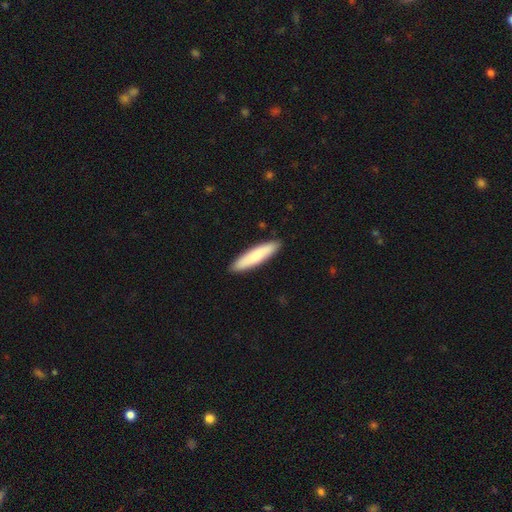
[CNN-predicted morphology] Smooth or featured? Predicted: smooth (p=0.81). How rounded? Predicted: cigar-shaped (p=0.81). Merging? Predicted: none (p=0.90).